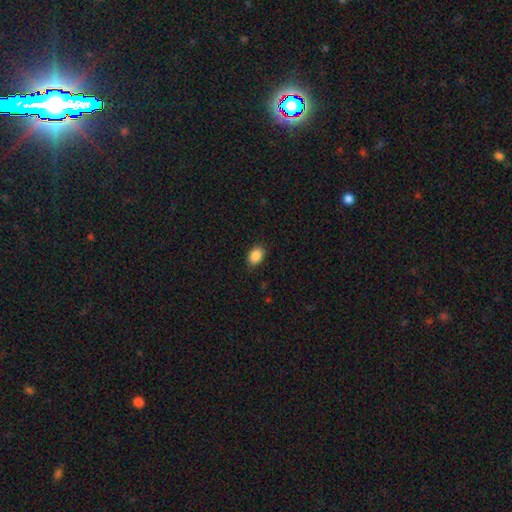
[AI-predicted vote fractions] smooth 89%, star or artifact 8%, featured or disk 3%. Down the decision tree: how rounded — in between (80%); merging — none (86%).